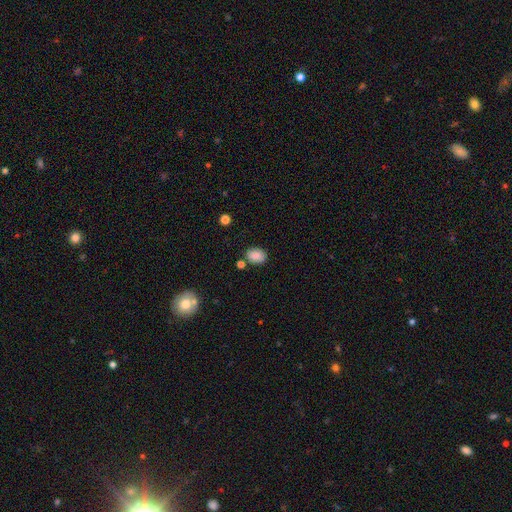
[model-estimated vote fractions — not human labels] A smooth galaxy with no disk features (85%) that is in between round and cigar-shaped (67%).

Vote fractions:
- Smooth or featured? smooth: 85% / star or artifact: 9% / featured or disk: 6%
- How rounded? in between: 67% / round: 32% / cigar-shaped: 1%
- Merging? none: 75% / minor disturbance: 15% / merger: 7% / major disturbance: 3%